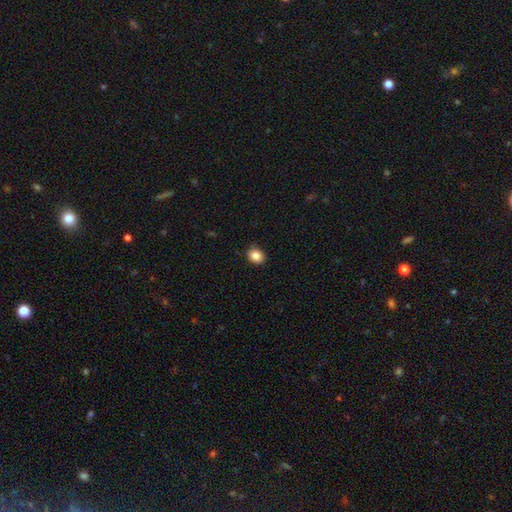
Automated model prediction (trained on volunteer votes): smooth_or_featured: smooth (p=0.86) [alt: star or artifact p=0.09]
how_rounded: round (p=0.58) [alt: in between p=0.41]
merging: none (p=0.88) [alt: minor disturbance p=0.09]